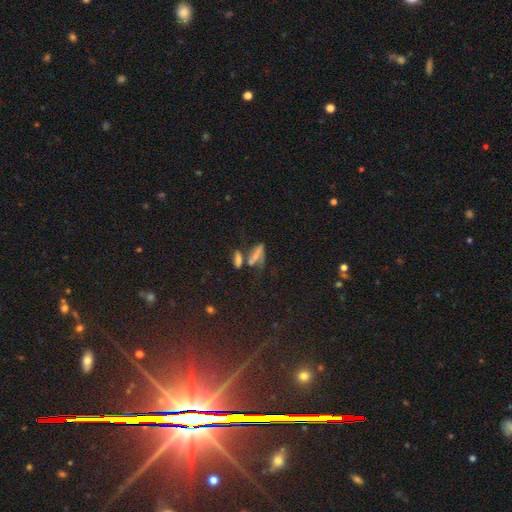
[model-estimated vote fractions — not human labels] Smooth or featured: smooth — 50% (featured or disk — 29%)
Merging: merger — 37% (none — 33%)